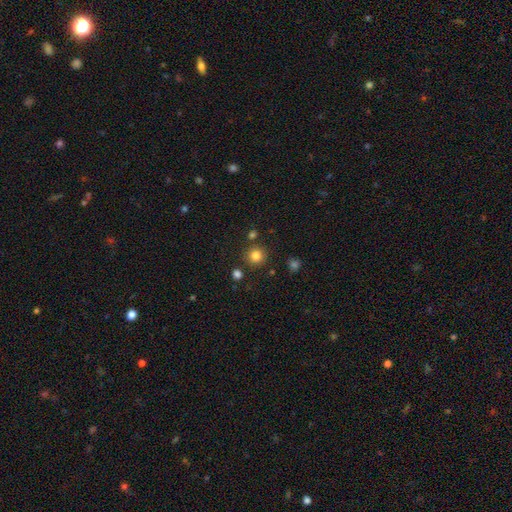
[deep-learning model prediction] Morphology: type=smooth (81%); roundness=round (94%); merging=none (86%).